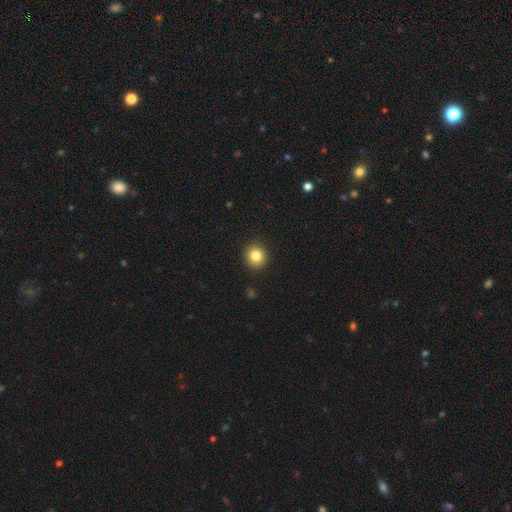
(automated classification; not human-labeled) Smooth or featured: smooth — 83% (star or artifact — 10%)
How rounded: round — 91% (in between — 8%)
Merging: none — 92% (minor disturbance — 5%)